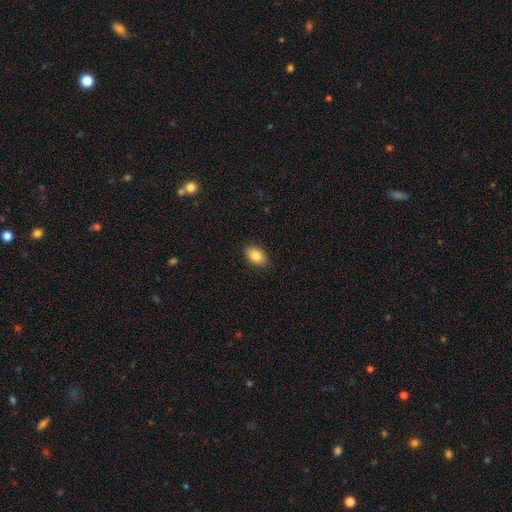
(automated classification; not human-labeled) smooth 85%, star or artifact 7%, featured or disk 7%. Down the decision tree: how rounded — in between (91%); merging — none (88%).